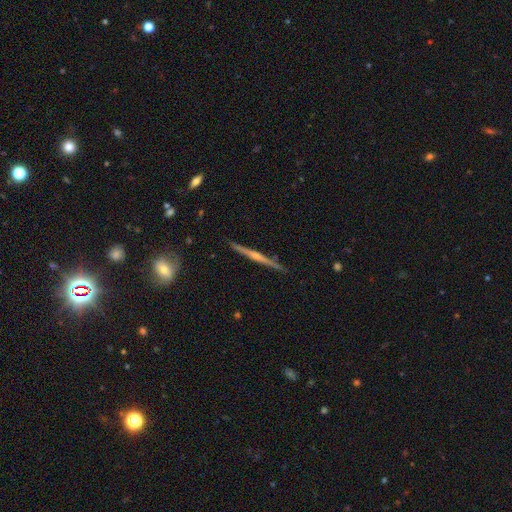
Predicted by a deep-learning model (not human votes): Smooth or featured: featured or disk — 75% (smooth — 20%)
Edge-on disk: yes — 98% (no — 2%)
Edge-on bulge: rounded — 59% (none — 32%)
Merging: none — 90% (minor disturbance — 7%)